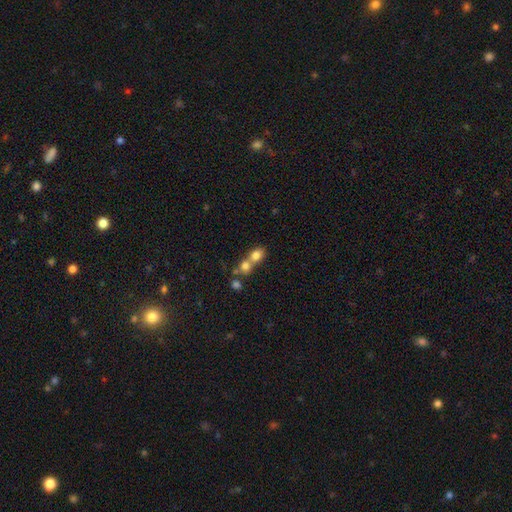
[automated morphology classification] Overall: smooth (76%). How rounded: round (51%; in between 47%). Merging: merger (66%).